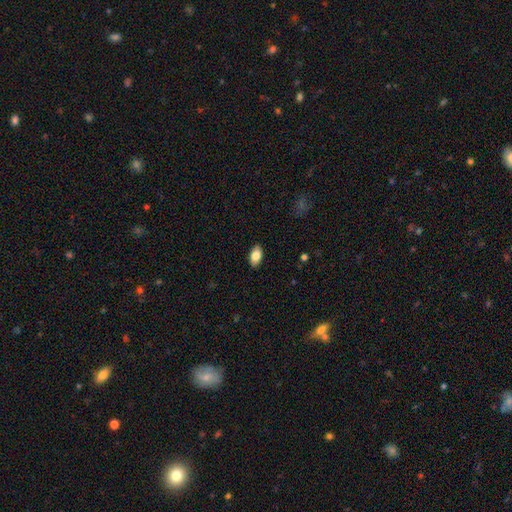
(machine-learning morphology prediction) A smooth galaxy with no disk features (82%) that is in between round and cigar-shaped (93%). Merging: none (89%).